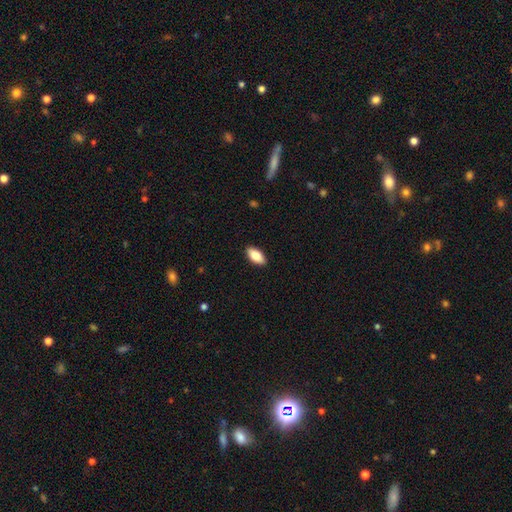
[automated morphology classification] This is clearly a smooth galaxy (81%). How rounded: clearly in between (91%). Merging: clearly none (90%).